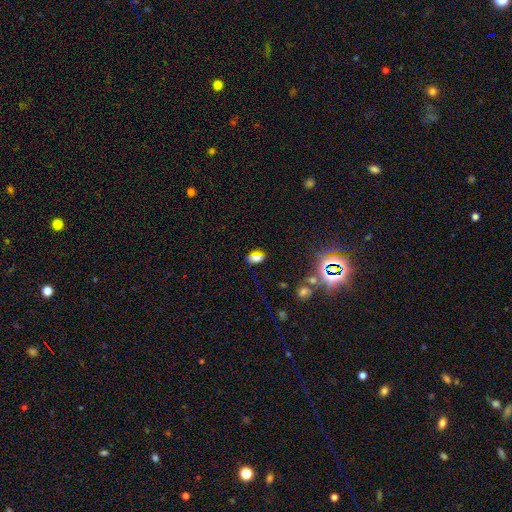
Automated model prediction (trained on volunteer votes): smooth 71%, star or artifact 18%, featured or disk 11%. Down the decision tree: how rounded — in between (84%); merging — none (81%).